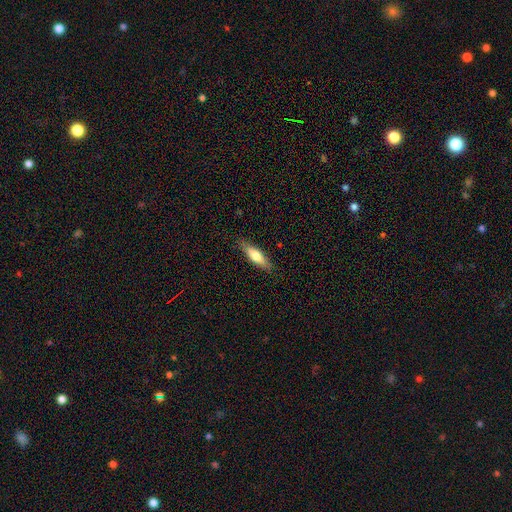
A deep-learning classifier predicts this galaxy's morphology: This appears to be a smooth galaxy with no disk features (63%) that is cigar-shaped (53%). Merging: none (86%).